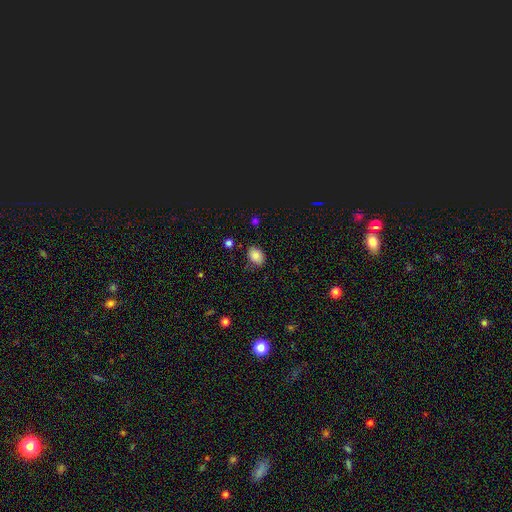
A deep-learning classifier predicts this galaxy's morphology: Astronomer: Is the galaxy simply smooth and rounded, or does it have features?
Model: smooth — 84%.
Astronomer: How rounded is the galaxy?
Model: in between — 73%.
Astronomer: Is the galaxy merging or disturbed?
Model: none — 76%.